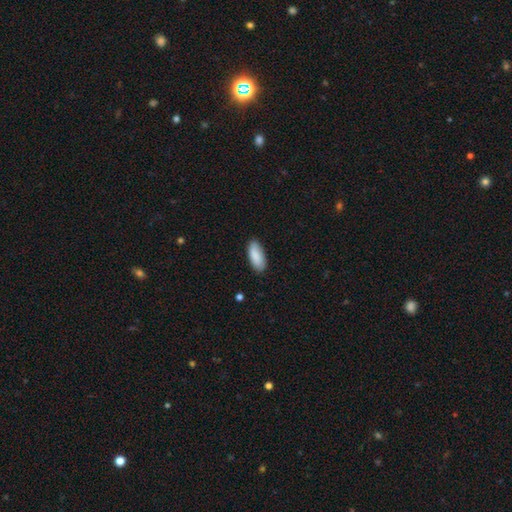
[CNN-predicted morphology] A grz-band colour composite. It shows a smooth galaxy with no disk features (89%) that is in between round and cigar-shaped (82%). Merging: none (84%).